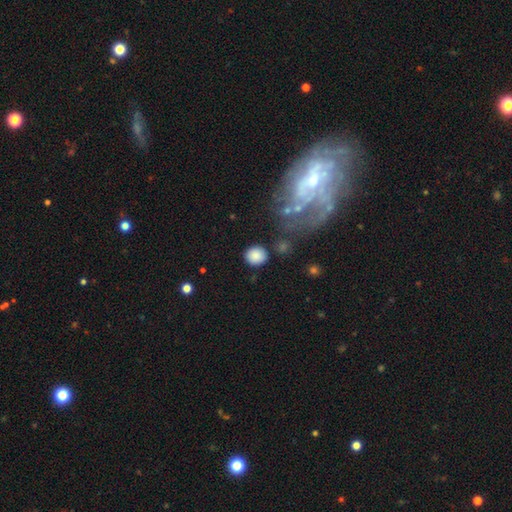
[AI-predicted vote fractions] This appears to be a smooth galaxy with no disk features (85%) that is round (83%). Merging: none (83%).